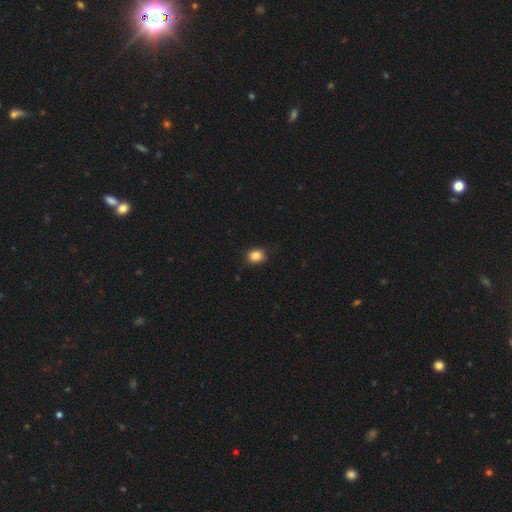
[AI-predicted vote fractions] A smooth galaxy with no disk features (86%) that is round (56%). Merging: none (85%).